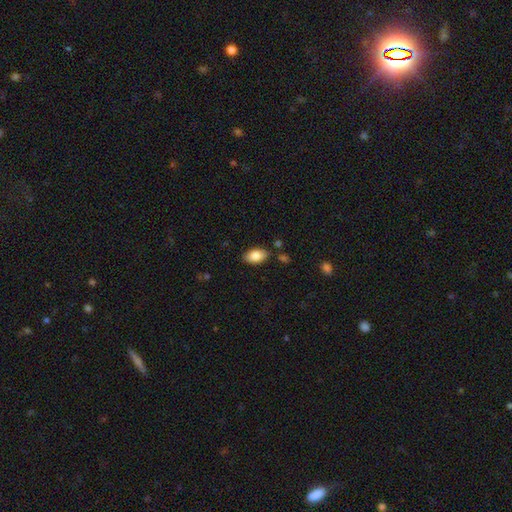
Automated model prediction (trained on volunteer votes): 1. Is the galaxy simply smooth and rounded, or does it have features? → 84% smooth, 9% featured or disk, 7% star or artifact.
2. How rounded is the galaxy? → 92% in between, 6% round, 2% cigar-shaped.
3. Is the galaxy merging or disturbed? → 83% none, 12% minor disturbance, 3% merger, 3% major disturbance.